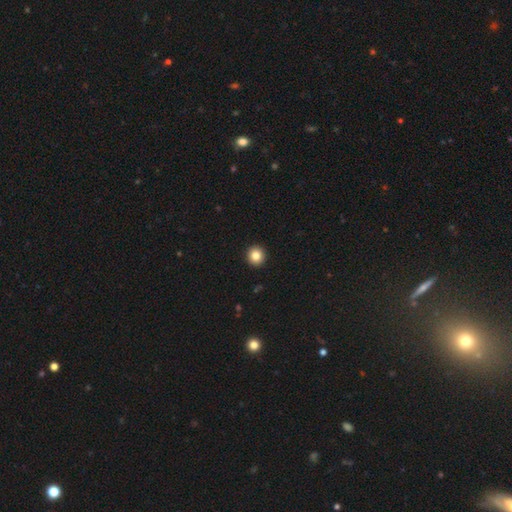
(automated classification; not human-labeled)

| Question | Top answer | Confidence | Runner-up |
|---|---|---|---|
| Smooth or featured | smooth | 84% | star or artifact (10%) |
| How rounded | round | 94% | in between (5%) |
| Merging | none | 94% | minor disturbance (4%) |